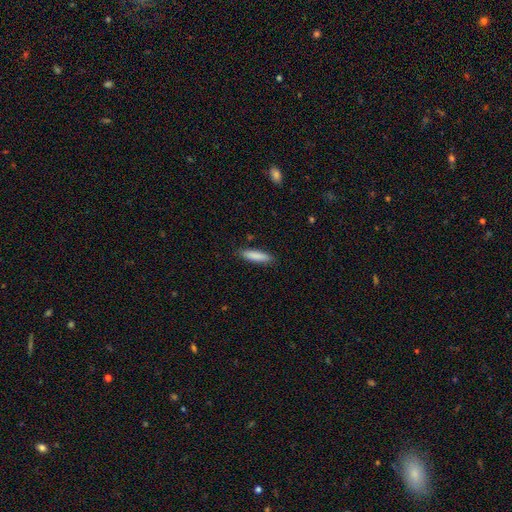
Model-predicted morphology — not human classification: A smooth galaxy with no disk features (87%) that is cigar-shaped (75%). Merging: none (88%).